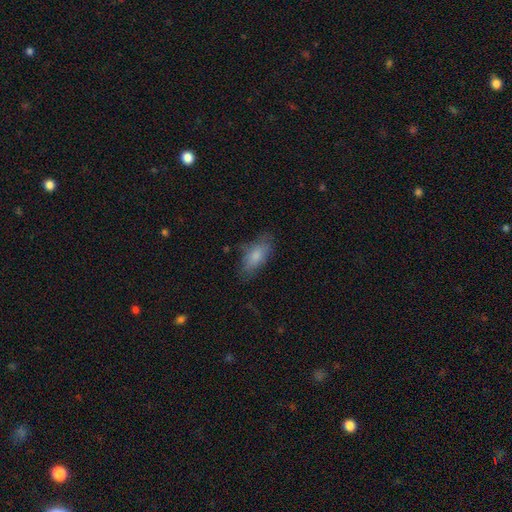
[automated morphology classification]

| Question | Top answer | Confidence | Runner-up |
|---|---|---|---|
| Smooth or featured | smooth | 79% | featured or disk (14%) |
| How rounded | in between | 86% | cigar-shaped (11%) |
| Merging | none | 67% | minor disturbance (24%) |